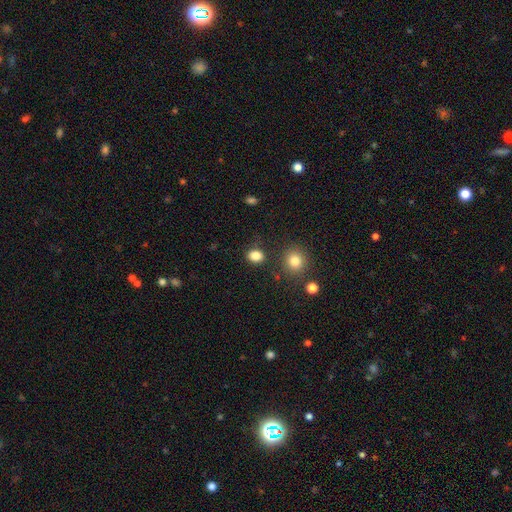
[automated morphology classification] This appears to be a smooth galaxy with no disk features (84%) that is in between round and cigar-shaped (55%). Merging: none (81%).